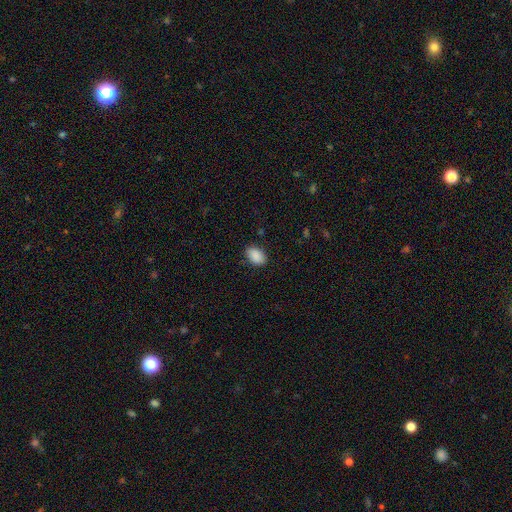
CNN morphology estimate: This appears to be a smooth galaxy with no disk features (90%) that is in between round and cigar-shaped (86%). Merging: none (85%).